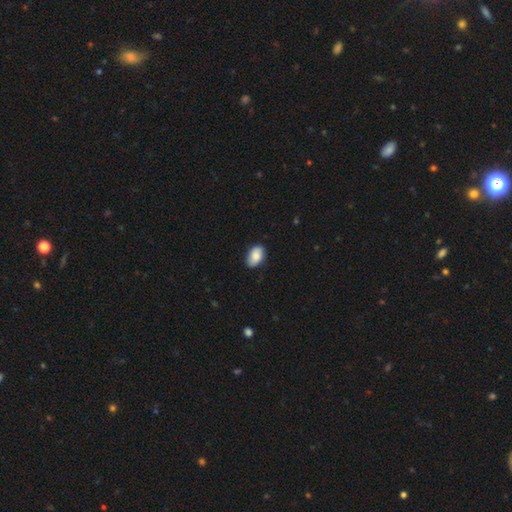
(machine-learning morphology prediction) smooth-or-featured: smooth: 83% | featured or disk: 10% | star or artifact: 6%
  how-rounded: in between: 92% | round: 7% | cigar-shaped: 1%
  merging: none: 85% | minor disturbance: 12% | major disturbance: 2% | merger: 1%